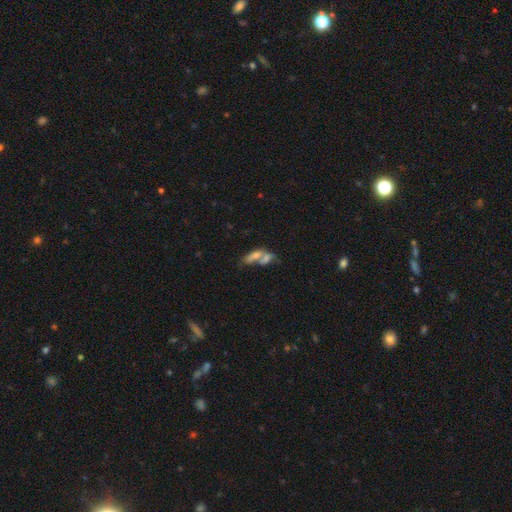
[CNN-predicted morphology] This appears to be a smooth galaxy with no disk features (60%) that is in between round and cigar-shaped (70%). Merging: merger (67%).